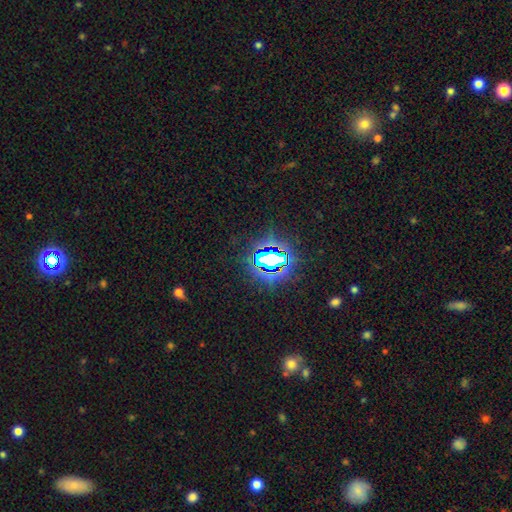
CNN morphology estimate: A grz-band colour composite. It shows a star or artifact, not a galaxy (82%).